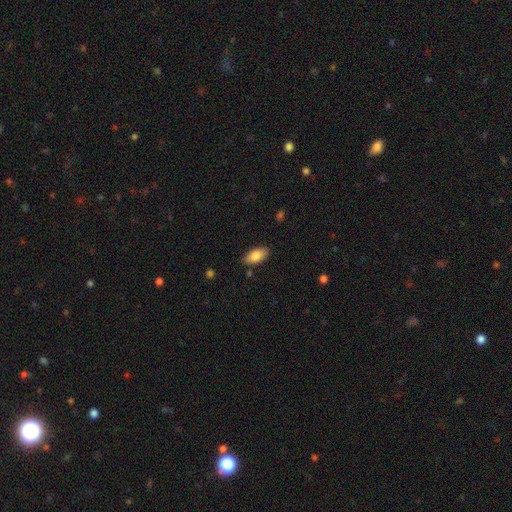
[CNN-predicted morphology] The model was most divided on "smooth or featured": smooth: 83%, featured or disk: 11%, star or artifact: 7%. More confident: how rounded — in between (92%); merging — none (86%).